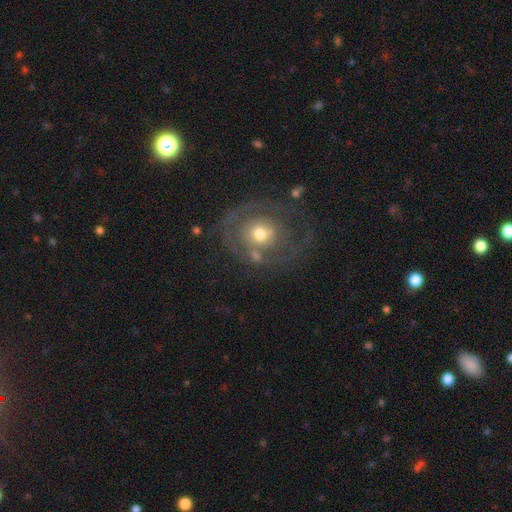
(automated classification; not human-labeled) A featured or disk galaxy (62%) with no bar (85%), no spiral arms (53%) and a moderate central bulge (63%).

Vote fractions:
- Smooth or featured? featured or disk: 62% / smooth: 29% / star or artifact: 9%
- Edge-on disk? no: 96% / yes: 4%
- Bar? no: 85% / weak: 11% / strong: 3%
- Spiral arms? no: 53% / yes: 47%
- Bulge size? moderate: 63% / small: 29% / large: 6% / dominant: 1% / none: 1%
- Merging? none: 56% / major disturbance: 19% / minor disturbance: 19% / merger: 6%